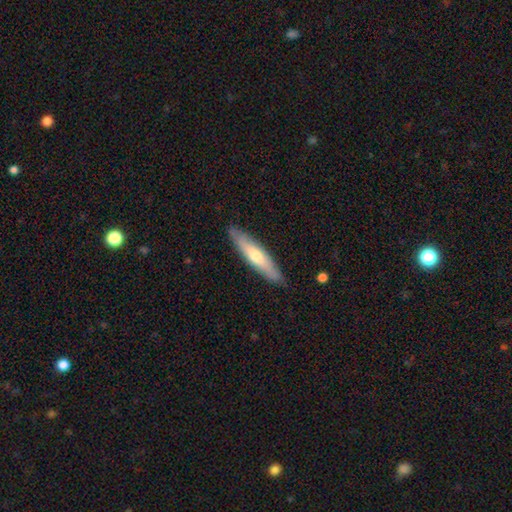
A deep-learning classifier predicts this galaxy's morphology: Overall: smooth (52%; featured or disk 43%). How rounded: cigar-shaped (82%). Merging: none (88%).